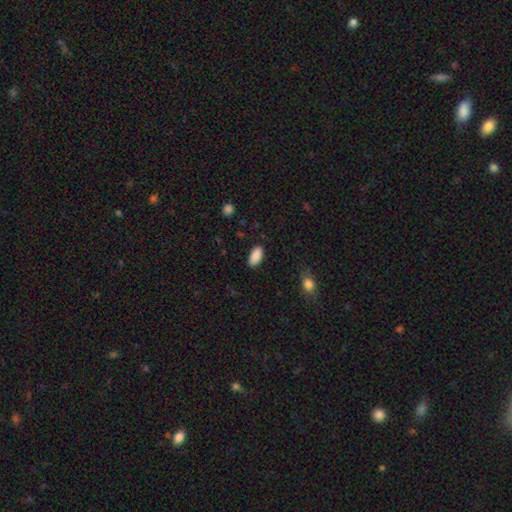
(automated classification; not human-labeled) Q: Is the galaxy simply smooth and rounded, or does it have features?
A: smooth — 89%.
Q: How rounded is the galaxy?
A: in between — 92%.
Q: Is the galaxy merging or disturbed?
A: none — 86%.